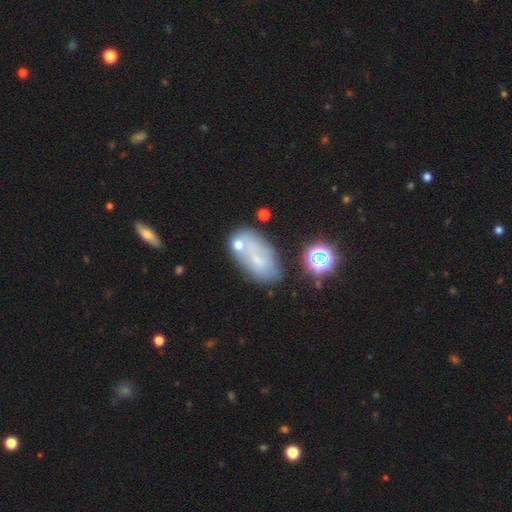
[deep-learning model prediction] Morphology: type=smooth (49%); merging=none (57%).